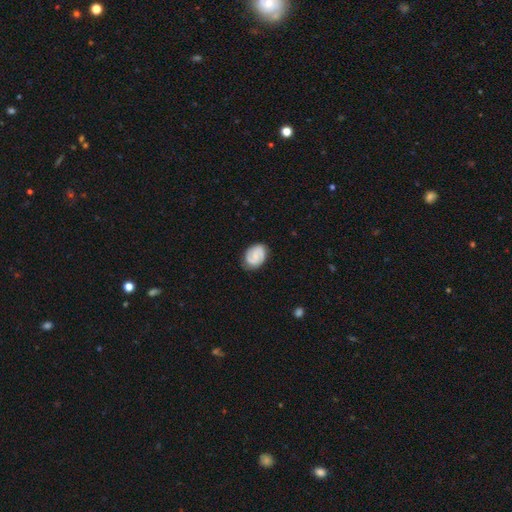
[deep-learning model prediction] smooth-or-featured: featured or disk: 53% | smooth: 39% | star or artifact: 7%
  disk-edge-on: no: 98% | yes: 2%
    bar: weak: 44% (tied) | no: 44% (tied) | strong: 12%
    has-spiral-arms: yes: 89% | no: 11%
    bulge-size: small: 44% | none: 36% | moderate: 17% | large: 2% | dominant: 1%
  merging: none: 80% | minor disturbance: 15% | major disturbance: 4% | merger: 1%